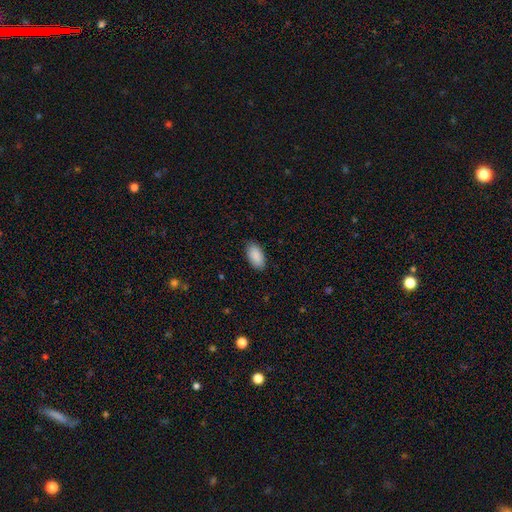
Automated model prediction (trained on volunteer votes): Overall: smooth (90%). How rounded: in between (95%). Merging: none (87%).